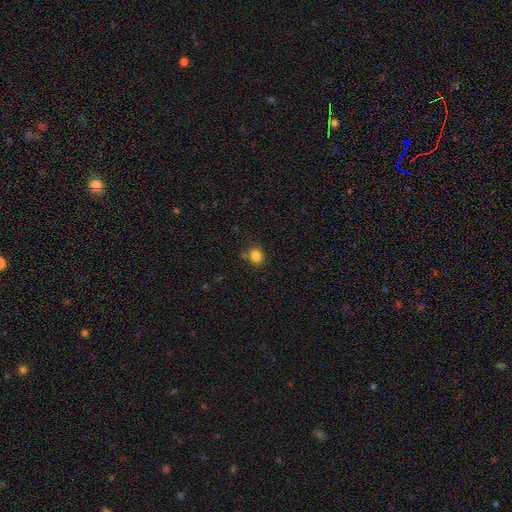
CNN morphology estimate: Smooth or featured? smooth (83%)
How rounded? round (62%)
Merging? none (77%)